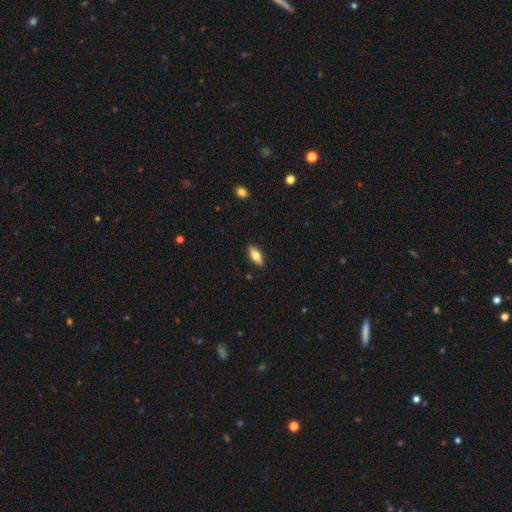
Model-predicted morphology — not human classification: smooth_or_featured: smooth (p=0.60) [alt: featured or disk p=0.34]
how_rounded: in between (p=0.65) [alt: cigar-shaped p=0.32]
merging: none (p=0.89) [alt: minor disturbance p=0.08]